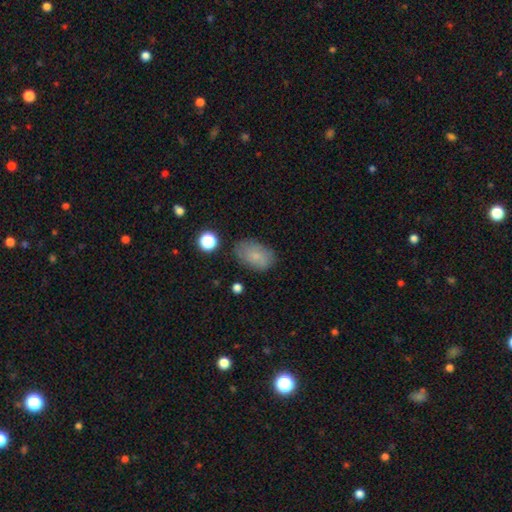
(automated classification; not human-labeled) smooth-or-featured: smooth: 76% | featured or disk: 15% | star or artifact: 9%
  how-rounded: in between: 87% | round: 11% | cigar-shaped: 1%
  merging: none: 77% | minor disturbance: 17% | major disturbance: 5% | merger: 2%